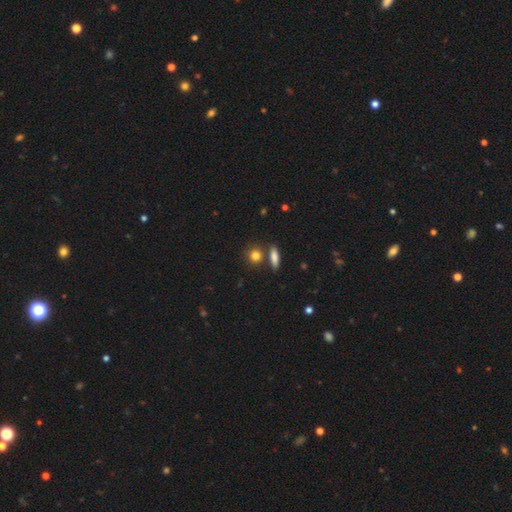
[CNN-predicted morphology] Smooth or featured: smooth — 83% (star or artifact — 10%)
How rounded: round — 70% (in between — 23%)
Merging: none — 72% (merger — 15%)